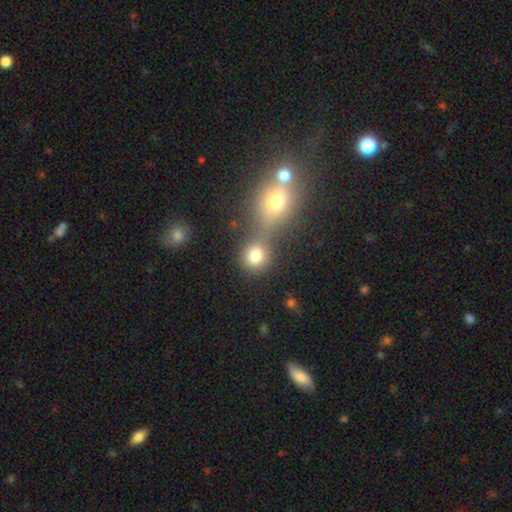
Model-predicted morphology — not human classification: Smooth or featured? smooth (77%)
How rounded? round (83%)
Merging? none (49%)